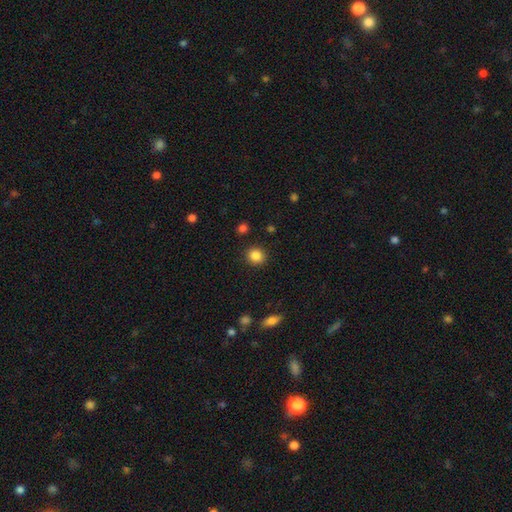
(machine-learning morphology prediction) Overall: smooth (86%). How rounded: round (83%). Merging: none (90%).